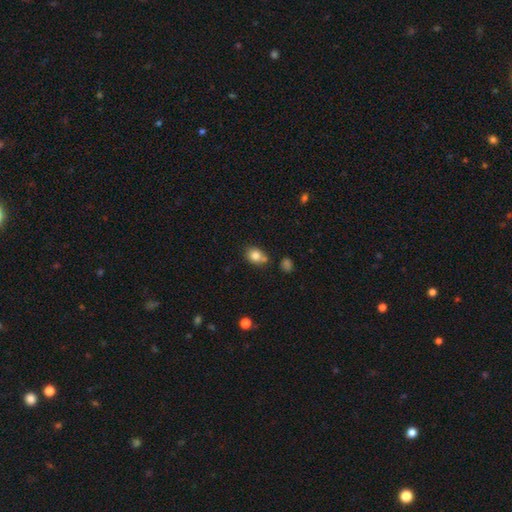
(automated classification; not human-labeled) Q: Smooth or featured?
A: smooth (80%); runner-up: star or artifact (10%)
Q: How rounded?
A: round (50%); runner-up: in between (49%)
Q: Merging?
A: none (59%); runner-up: merger (19%)